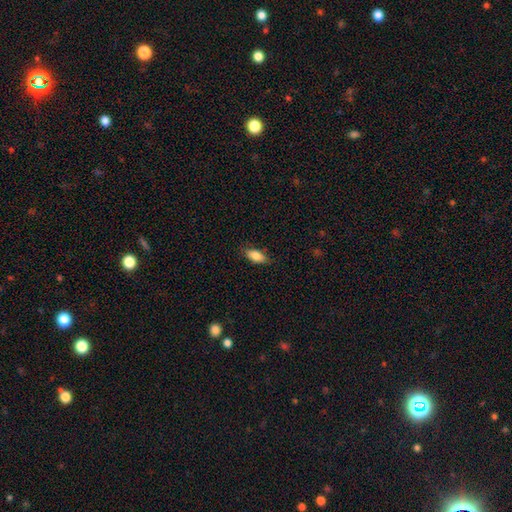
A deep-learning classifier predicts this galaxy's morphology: smooth-or-featured: smooth: 83% | featured or disk: 10% | star or artifact: 7%
  how-rounded: in between: 85% | cigar-shaped: 11% | round: 4%
  merging: none: 79% | minor disturbance: 17% | major disturbance: 3% | merger: 1%